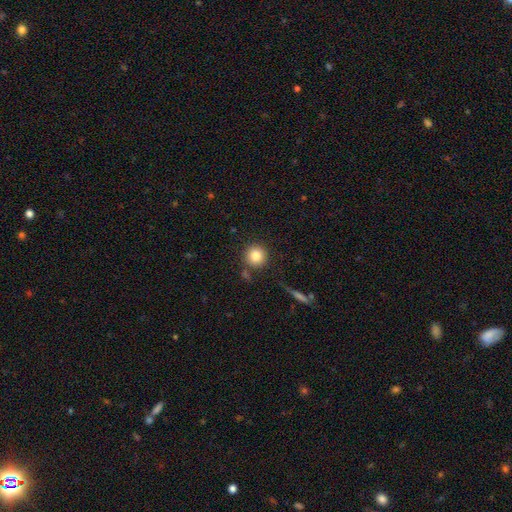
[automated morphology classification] smooth_or_featured: smooth (p=0.83) [alt: star or artifact p=0.10]
how_rounded: round (p=0.93) [alt: in between p=0.05]
merging: none (p=0.83) [alt: minor disturbance p=0.08]